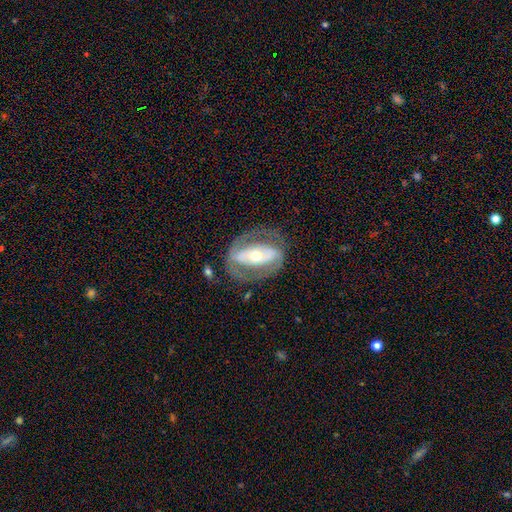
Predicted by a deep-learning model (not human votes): This is likely a featured or disk galaxy (80%). It is clearly not viewed edge-on (92%). Bar: possibly strong (54%). Spiral arm pattern: likely yes (66%). Central bulge: possibly moderate (52%). Merging: likely none (71%).